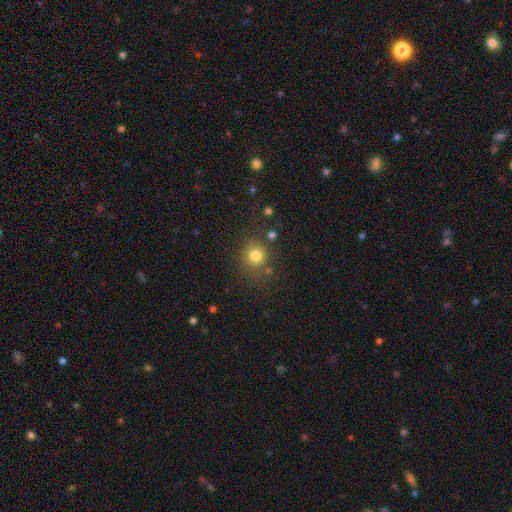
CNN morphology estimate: This appears to be a smooth galaxy with no disk features (78%) that is round (87%). Merging: none (76%).